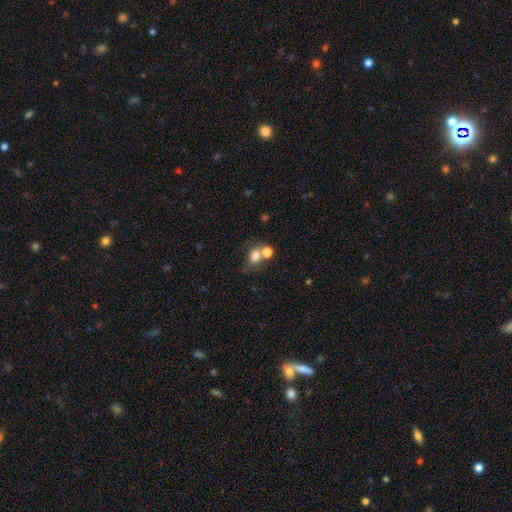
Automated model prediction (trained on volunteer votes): smooth 76%, star or artifact 12%, featured or disk 11%. Down the decision tree: how rounded — round (55%); merging — none (45%).